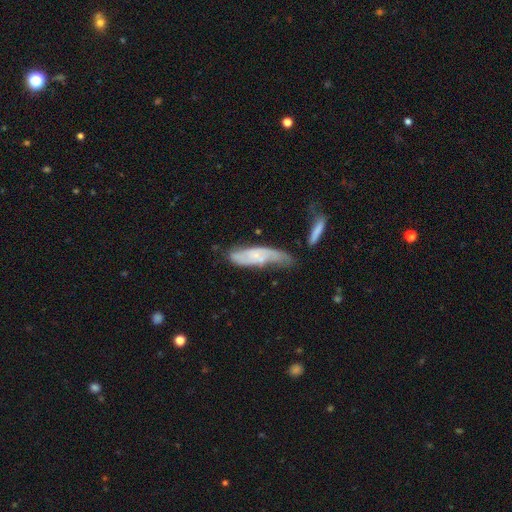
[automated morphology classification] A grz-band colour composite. It shows a featured or disk galaxy (58%). Merging: none (40%).